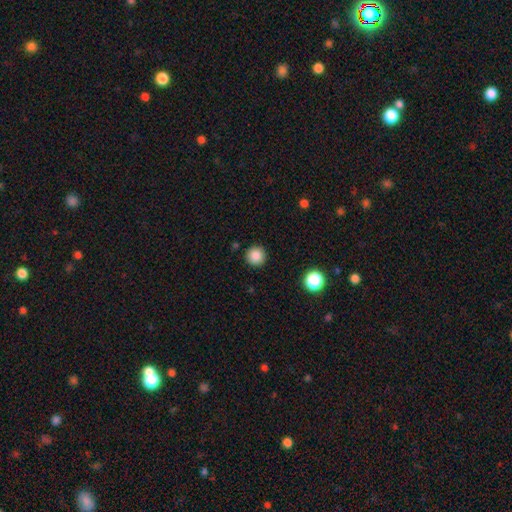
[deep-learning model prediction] Smooth or featured?
  - smooth: 86% *
  - star or artifact: 10%
  - featured or disk: 4%
How rounded?
  - round: 95% *
  - in between: 4%
  - cigar-shaped: 1%
Merging?
  - none: 92% *
  - minor disturbance: 5%
  - major disturbance: 2%
  - merger: 1%